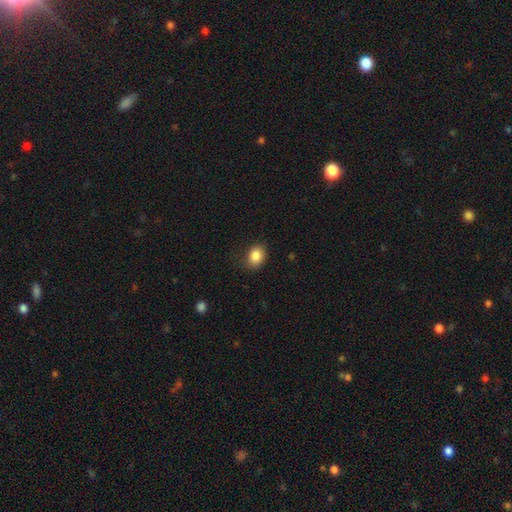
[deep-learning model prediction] Q: Smooth or featured?
A: smooth (86%); runner-up: star or artifact (9%)
Q: How rounded?
A: in between (57%); runner-up: round (42%)
Q: Merging?
A: none (77%); runner-up: minor disturbance (17%)